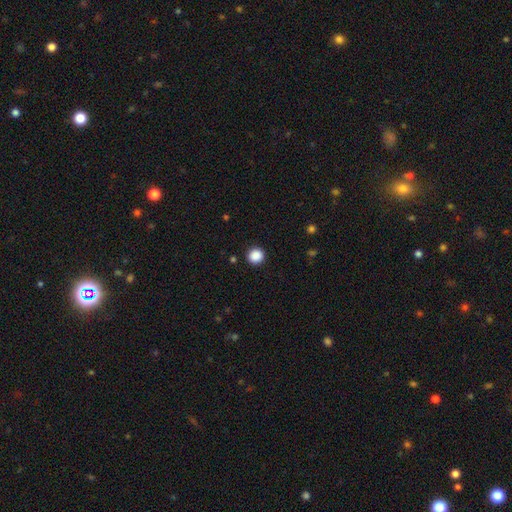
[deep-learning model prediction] This appears to be a smooth galaxy with no disk features (88%) that is round (93%). Merging: none (92%).